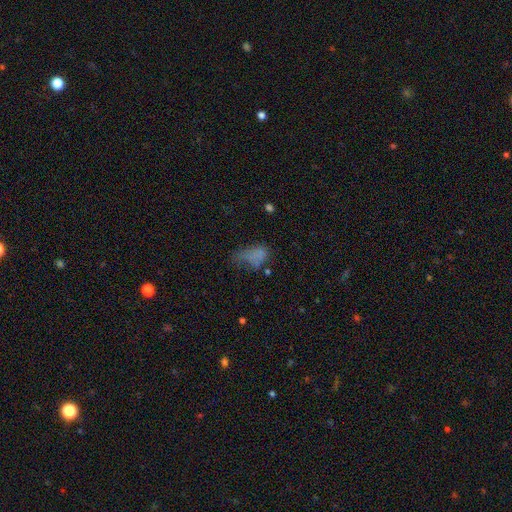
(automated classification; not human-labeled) This appears to be a smooth galaxy with no disk features (64%) that is in between round and cigar-shaped (85%). Merging: major disturbance (43%).